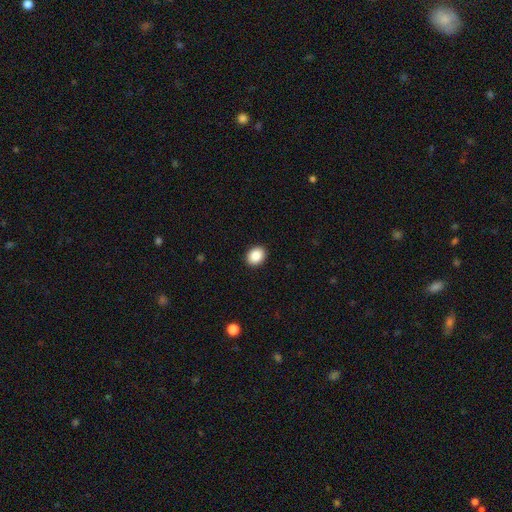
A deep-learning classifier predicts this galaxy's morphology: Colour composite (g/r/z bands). It shows a smooth galaxy with no disk features (88%) that is in between round and cigar-shaped (54%). Merging: none (91%).